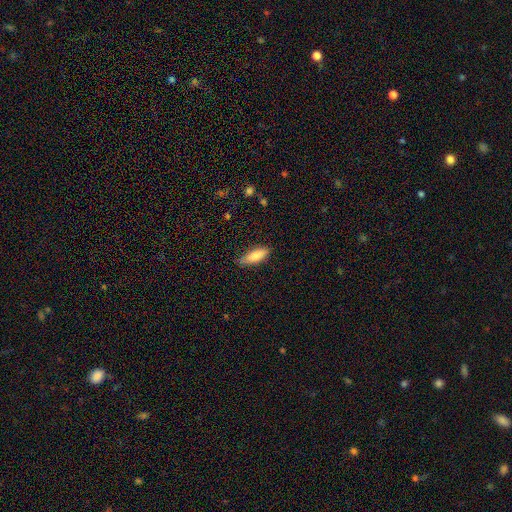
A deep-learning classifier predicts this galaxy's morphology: smooth_or_featured: smooth (p=0.84) [alt: featured or disk p=0.10]
how_rounded: in between (p=0.63) [alt: cigar-shaped p=0.35]
merging: none (p=0.79) [alt: minor disturbance p=0.17]